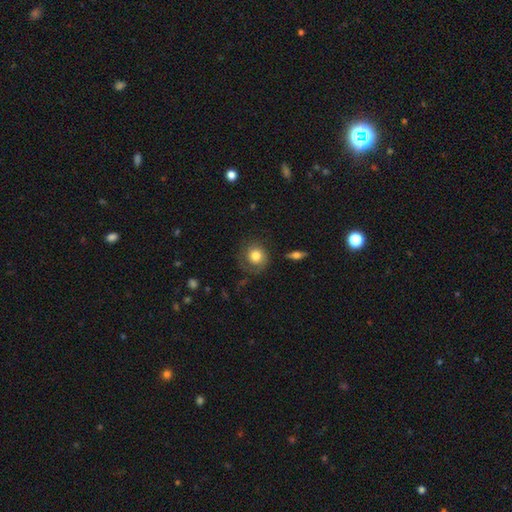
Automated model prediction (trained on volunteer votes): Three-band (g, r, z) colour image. It shows a smooth galaxy with no disk features (73%) that is round (87%). Merging: none (68%).